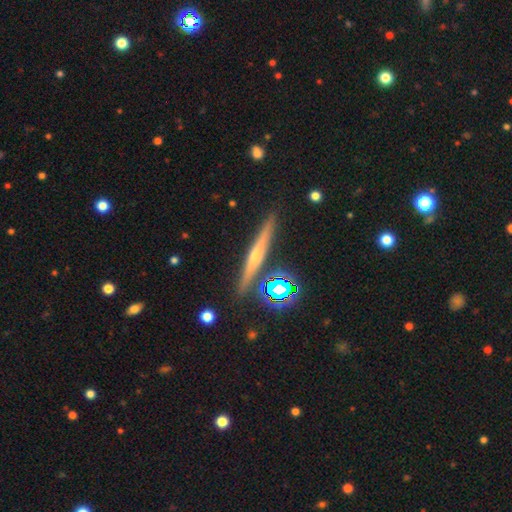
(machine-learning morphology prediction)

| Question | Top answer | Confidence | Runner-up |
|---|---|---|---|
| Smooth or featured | featured or disk | 59% | smooth (26%) |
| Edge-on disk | yes | 96% | no (4%) |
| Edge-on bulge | rounded | 70% | none (24%) |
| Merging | none | 88% | minor disturbance (8%) |